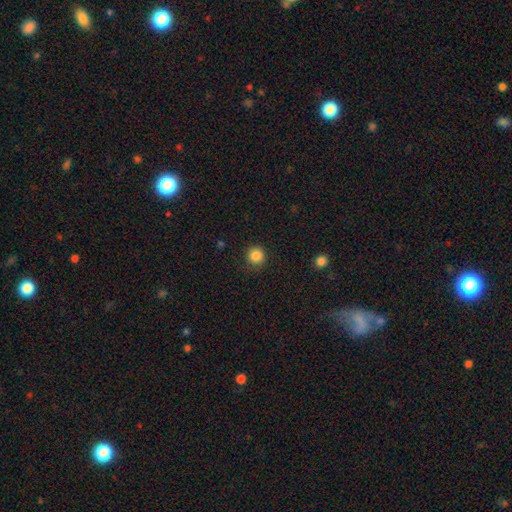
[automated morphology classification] Smooth or featured? smooth (85%)
How rounded? round (94%)
Merging? none (89%)